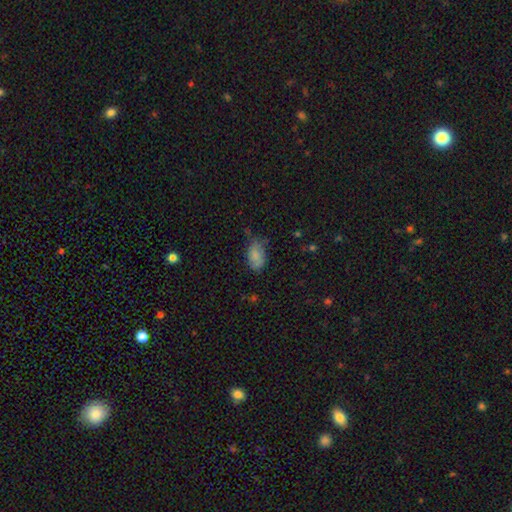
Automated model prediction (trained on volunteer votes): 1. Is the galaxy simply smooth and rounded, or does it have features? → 82% smooth, 10% featured or disk, 8% star or artifact.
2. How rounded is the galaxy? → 92% in between, 6% round, 2% cigar-shaped.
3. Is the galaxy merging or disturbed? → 54% none, 35% minor disturbance, 9% major disturbance, 3% merger.